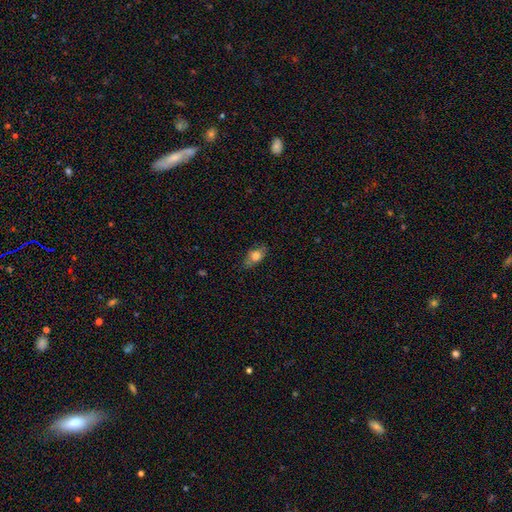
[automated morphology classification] This appears to be a smooth galaxy with no disk features (74%) that is in between round and cigar-shaped (81%). Merging: none (73%).